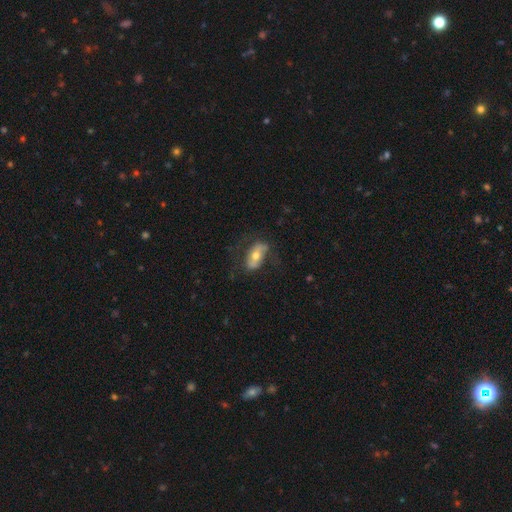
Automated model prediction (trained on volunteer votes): A featured or disk galaxy (48%). Merging: none (63%).